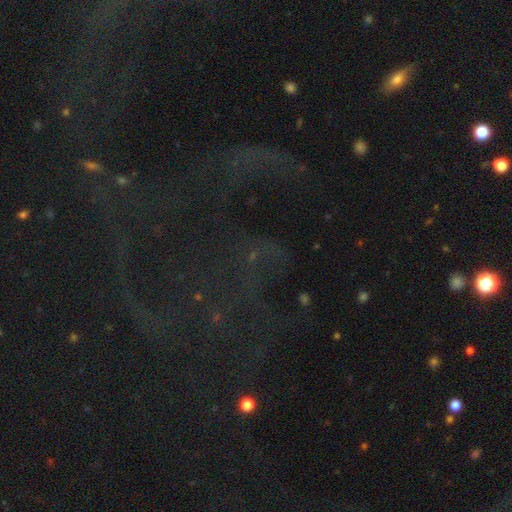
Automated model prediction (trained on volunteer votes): Smooth or featured: star or artifact — 67% (featured or disk — 17%)